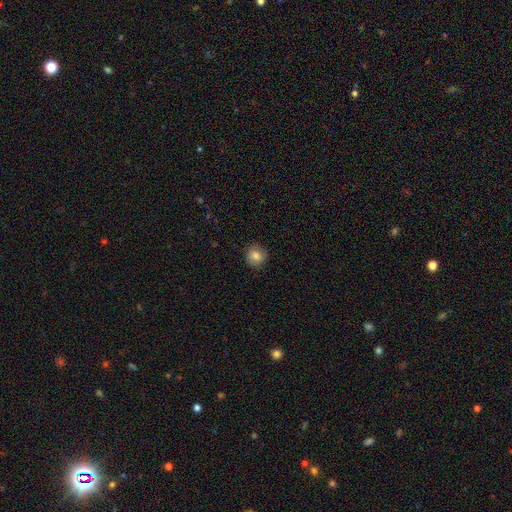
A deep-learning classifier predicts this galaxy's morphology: The model was most divided on "smooth or featured": smooth: 77%, featured or disk: 13%, star or artifact: 9%. More confident: how rounded — round (90%); merging — none (86%).